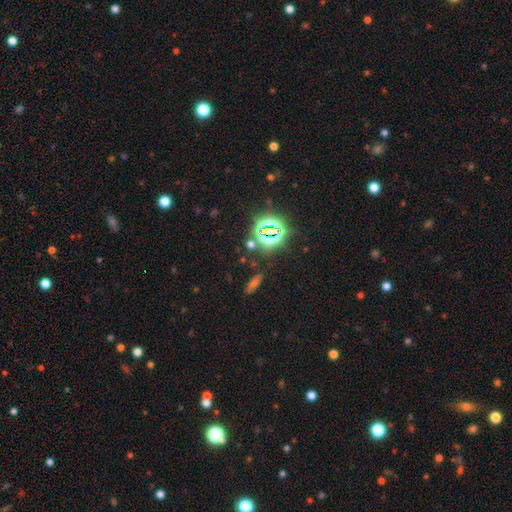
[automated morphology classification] Smooth or featured? Predicted: star or artifact (p=0.76).